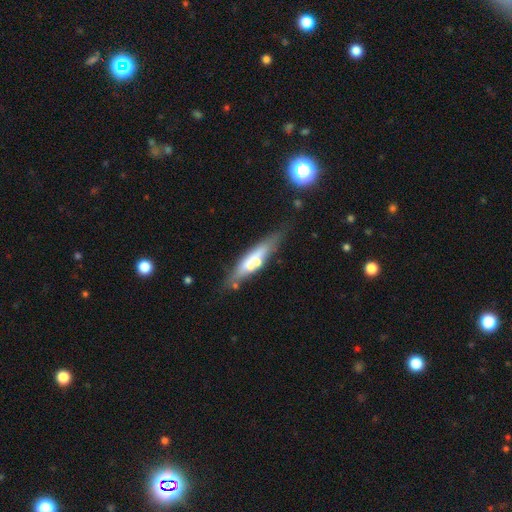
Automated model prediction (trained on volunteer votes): The model was most divided on "smooth or featured": smooth: 47%, featured or disk: 46%, star or artifact: 7%. More confident: merging — none (62%).